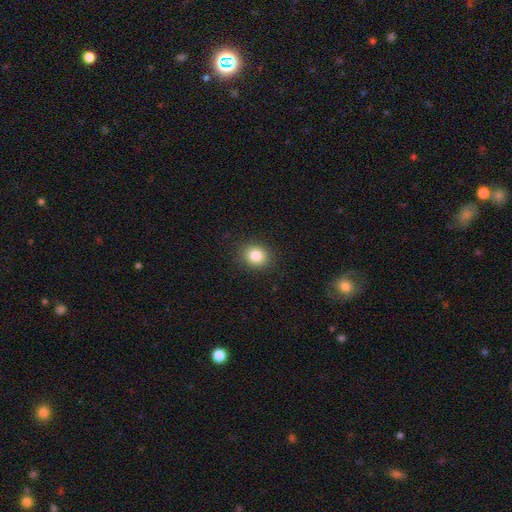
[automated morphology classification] Smooth or featured: smooth — 84% (star or artifact — 10%)
How rounded: round — 70% (in between — 29%)
Merging: none — 89% (minor disturbance — 8%)